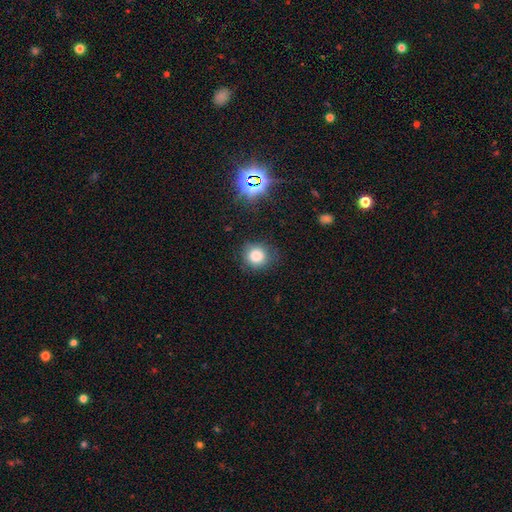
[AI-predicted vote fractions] A smooth galaxy with no disk features (80%) that is round (84%). Merging: none (79%).